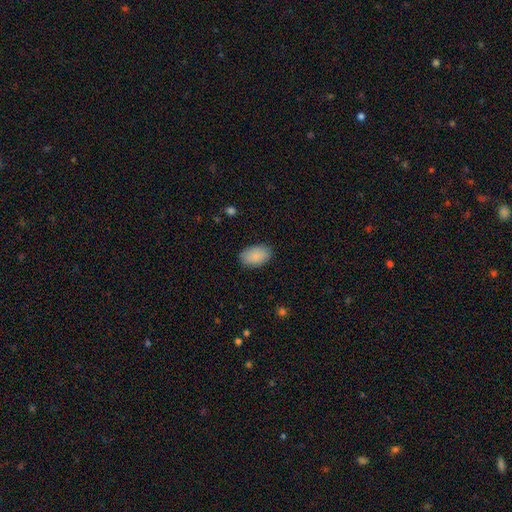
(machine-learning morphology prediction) smooth-or-featured: smooth: 89% | star or artifact: 6% | featured or disk: 5%
  how-rounded: in between: 92% | round: 7% | cigar-shaped: 1%
  merging: none: 86% | minor disturbance: 11% | major disturbance: 2% | merger: 1%